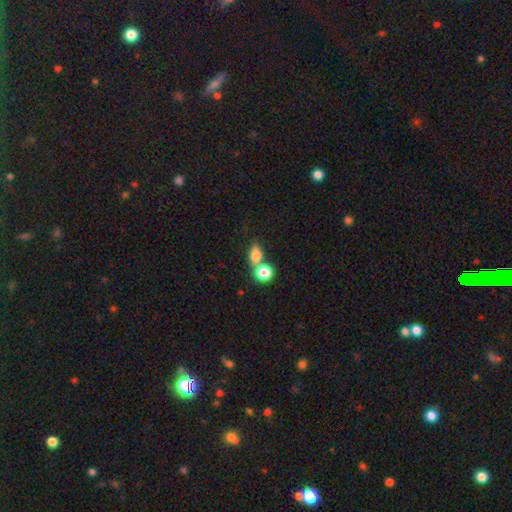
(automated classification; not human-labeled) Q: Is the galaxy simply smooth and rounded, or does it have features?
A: smooth — 79%.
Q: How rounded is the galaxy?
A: in between — 56%.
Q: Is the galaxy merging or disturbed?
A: merger — 60%.